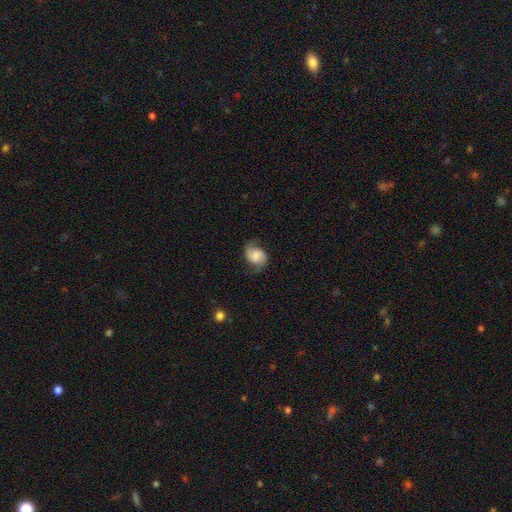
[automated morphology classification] Q: Smooth or featured?
A: featured or disk (64%); runner-up: smooth (28%)
Q: Edge-on disk?
A: no (98%); runner-up: yes (2%)
Q: Bar?
A: no (56%); runner-up: weak (36%)
Q: Spiral arms?
A: yes (94%); runner-up: no (6%)
Q: Spiral winding?
A: medium (44%); runner-up: loose (39%)
Q: Spiral arm count?
A: 2 (88%); runner-up: 1 (5%)
Q: Bulge size?
A: moderate (32%); runner-up: small (22%)
Q: Merging?
A: none (69%); runner-up: minor disturbance (21%)